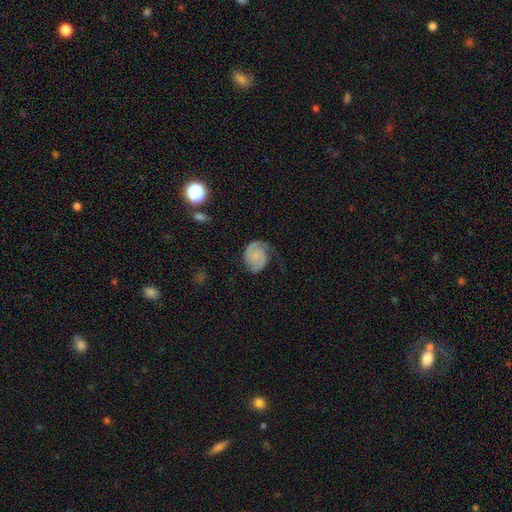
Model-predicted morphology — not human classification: This appears to be a featured or disk galaxy (67%) with no bar (61%), 2 (69%) medium (43%) spiral arms (93%) and no central bulge (44%). Merging: none (56%).